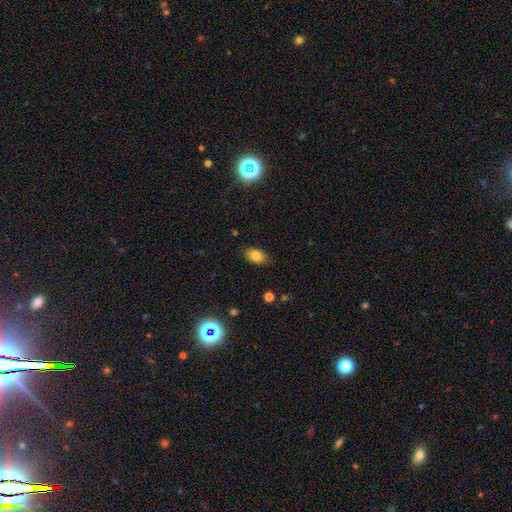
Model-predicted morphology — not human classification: The model was most divided on "smooth or featured": smooth: 82%, star or artifact: 11%, featured or disk: 8%. More confident: how rounded — in between (86%); merging — none (84%).